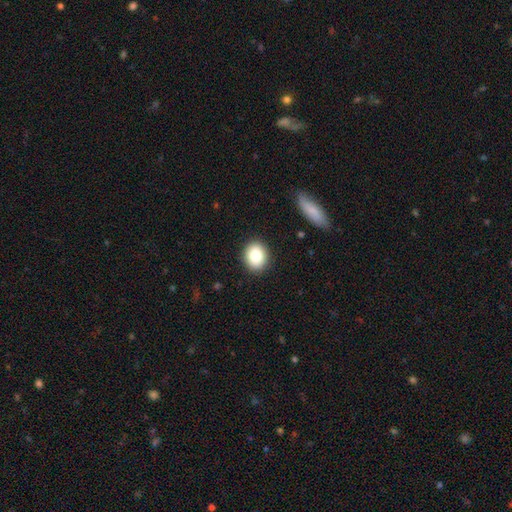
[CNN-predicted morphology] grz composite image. It shows a smooth galaxy with no disk features (83%) that is round (59%). Merging: none (90%).